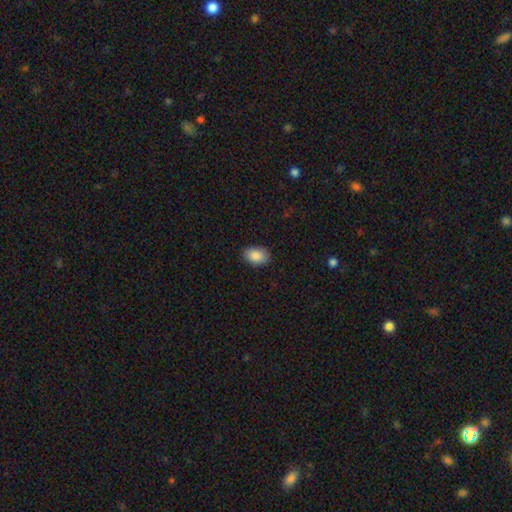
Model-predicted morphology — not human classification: smooth_or_featured: smooth (p=0.88) [alt: star or artifact p=0.07]
how_rounded: in between (p=0.83) [alt: round p=0.16]
merging: none (p=0.86) [alt: minor disturbance p=0.11]